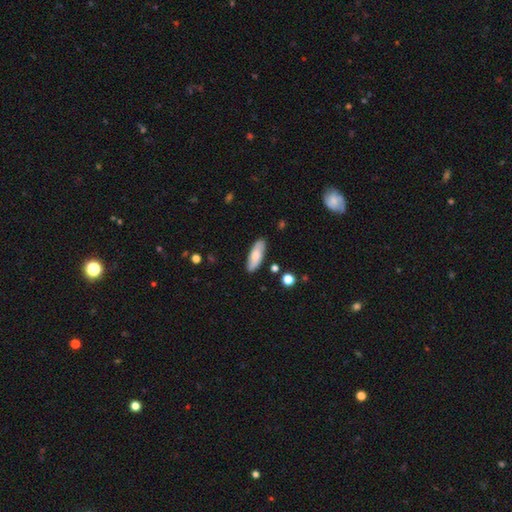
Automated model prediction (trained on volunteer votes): Q: Smooth or featured?
A: smooth (70%); runner-up: featured or disk (24%)
Q: How rounded?
A: in between (64%); runner-up: cigar-shaped (34%)
Q: Merging?
A: none (85%); runner-up: minor disturbance (11%)